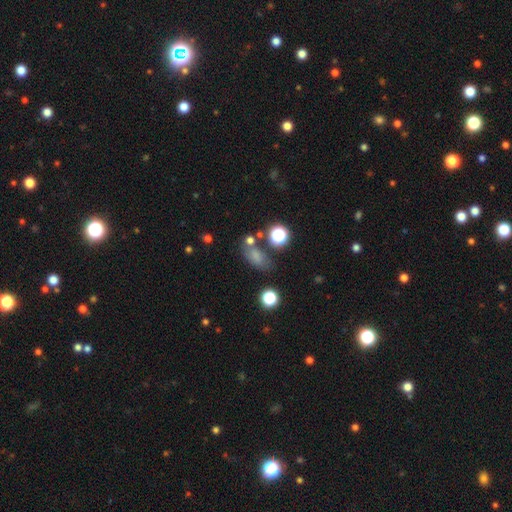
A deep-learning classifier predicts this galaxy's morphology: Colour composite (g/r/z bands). It shows a smooth galaxy with no disk features (68%) that is in between round and cigar-shaped (75%). Merging: none (59%).